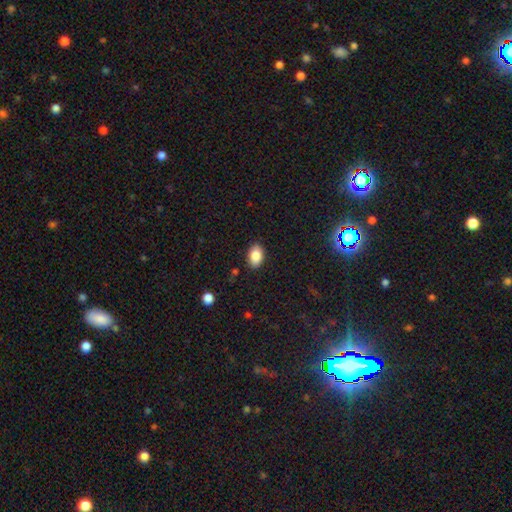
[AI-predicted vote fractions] smooth_or_featured: smooth (p=0.86) [alt: star or artifact p=0.08]
how_rounded: in between (p=0.89) [alt: round p=0.09]
merging: none (p=0.88) [alt: minor disturbance p=0.09]